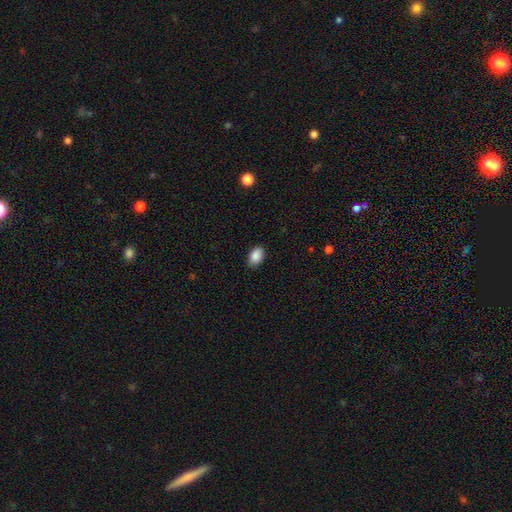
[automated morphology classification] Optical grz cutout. It shows a smooth galaxy with no disk features (89%) that is in between round and cigar-shaped (91%). Merging: none (85%).